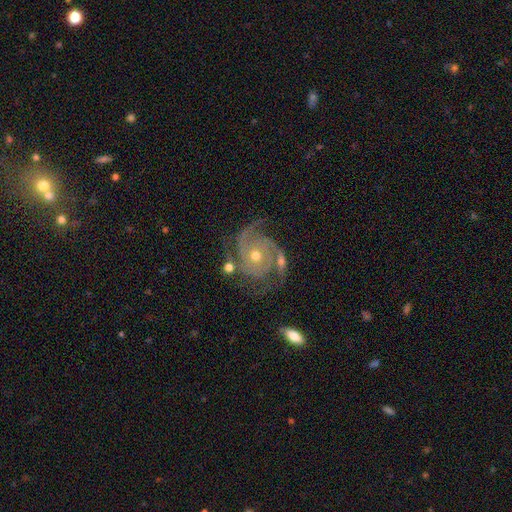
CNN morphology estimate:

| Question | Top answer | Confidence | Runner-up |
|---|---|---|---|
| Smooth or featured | featured or disk | 91% | star or artifact (5%) |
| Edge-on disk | no | 98% | yes (2%) |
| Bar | no | 78% | weak (17%) |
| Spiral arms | yes | 98% | no (2%) |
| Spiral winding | tight | 59% | medium (34%) |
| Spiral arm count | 3 | 41% | 2 (38%) |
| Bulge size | moderate | 59% | small (38%) |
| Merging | none | 64% | minor disturbance (19%) |